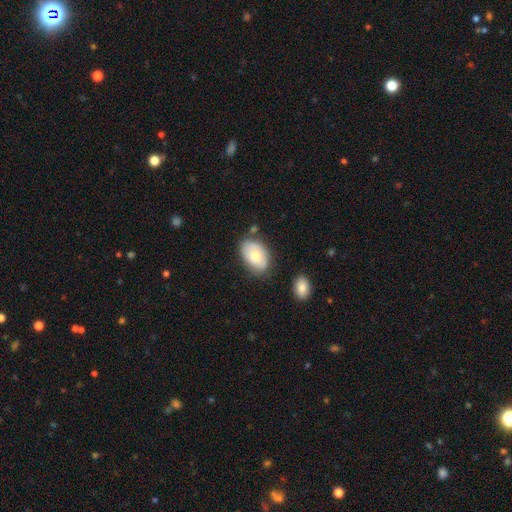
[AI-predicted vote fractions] Smooth or featured: smooth — 68% (featured or disk — 25%)
How rounded: in between — 88% (round — 11%)
Merging: none — 65% (minor disturbance — 23%)